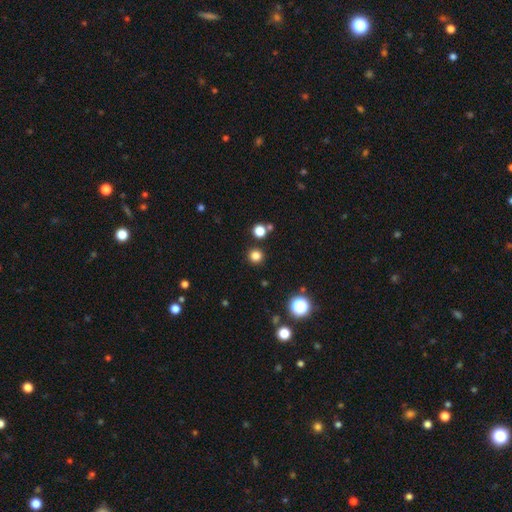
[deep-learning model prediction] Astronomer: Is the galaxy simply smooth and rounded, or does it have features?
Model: smooth — 80%.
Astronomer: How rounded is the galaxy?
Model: round — 95%.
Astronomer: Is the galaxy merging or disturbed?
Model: none — 90%.